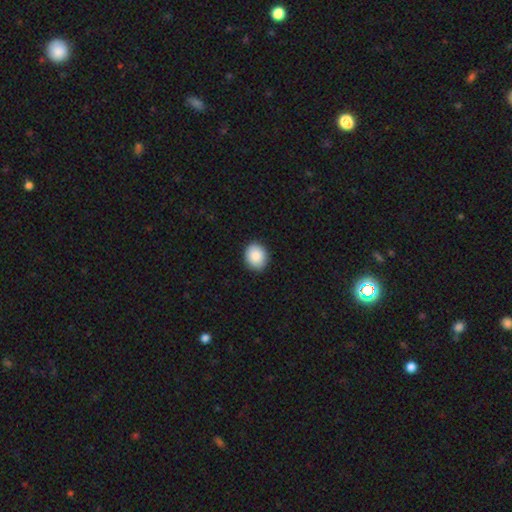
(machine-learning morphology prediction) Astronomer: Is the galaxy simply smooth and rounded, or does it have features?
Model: smooth — 88%.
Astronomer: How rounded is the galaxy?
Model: round — 62% (runner-up: in between, 37%).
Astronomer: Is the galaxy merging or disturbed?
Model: none — 90%.